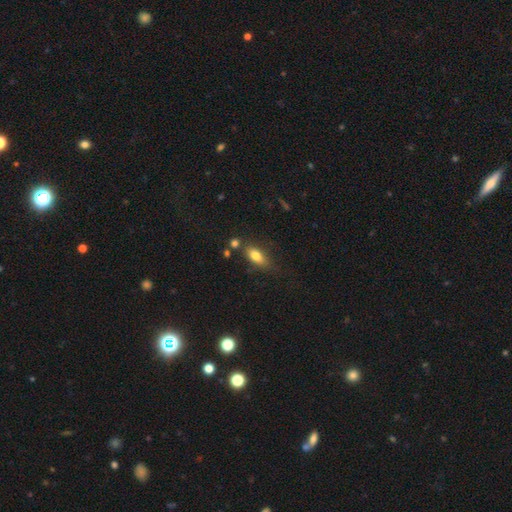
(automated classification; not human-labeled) smooth 80%, featured or disk 12%, star or artifact 8%. Down the decision tree: how rounded — in between (81%); merging — none (67%).